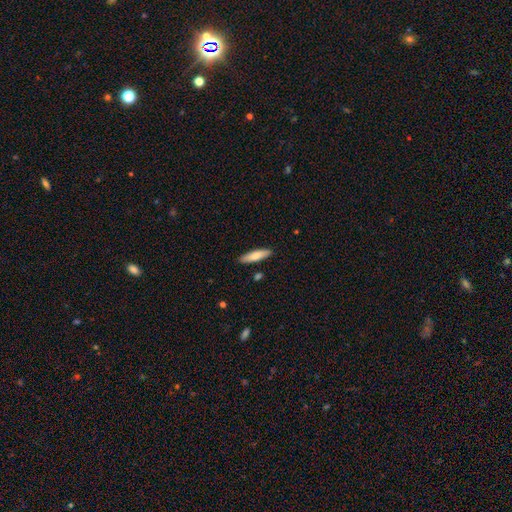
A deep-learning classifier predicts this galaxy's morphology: smooth_or_featured: smooth (p=0.76) [alt: featured or disk p=0.18]
how_rounded: cigar-shaped (p=0.73) [alt: in between p=0.26]
merging: none (p=0.88) [alt: minor disturbance p=0.08]